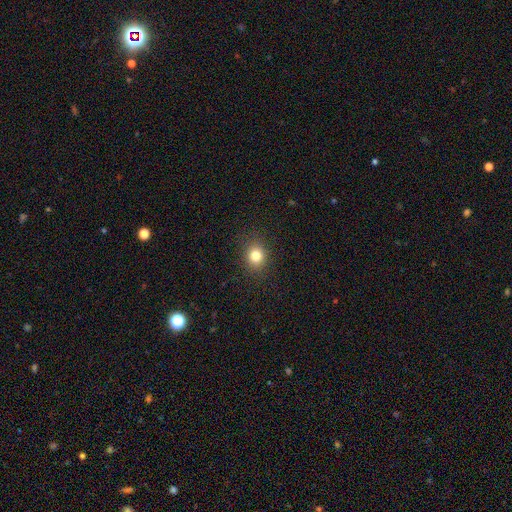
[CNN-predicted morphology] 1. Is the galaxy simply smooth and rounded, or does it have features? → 81% smooth, 13% star or artifact, 6% featured or disk.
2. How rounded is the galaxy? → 72% round, 27% in between, 1% cigar-shaped.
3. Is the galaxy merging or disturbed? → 89% none, 8% minor disturbance, 3% major disturbance, 1% merger.